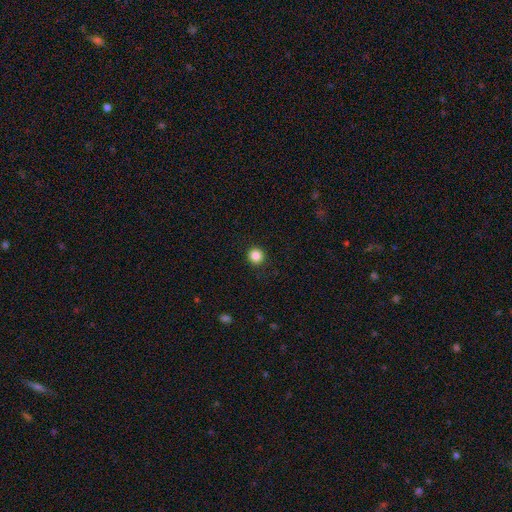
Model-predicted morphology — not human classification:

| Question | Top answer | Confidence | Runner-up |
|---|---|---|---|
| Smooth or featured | smooth | 86% | star or artifact (11%) |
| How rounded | round | 95% | in between (4%) |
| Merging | none | 93% | minor disturbance (4%) |